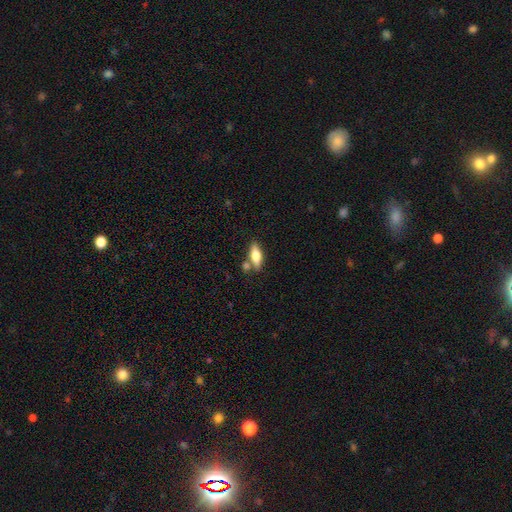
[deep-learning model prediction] Smooth or featured?
  - smooth: 56% *
  - featured or disk: 37%
  - star or artifact: 7%
How rounded?
  - in between: 65% *
  - cigar-shaped: 31%
  - round: 4%
Merging?
  - none: 70% *
  - merger: 14%
  - minor disturbance: 13%
  - major disturbance: 4%